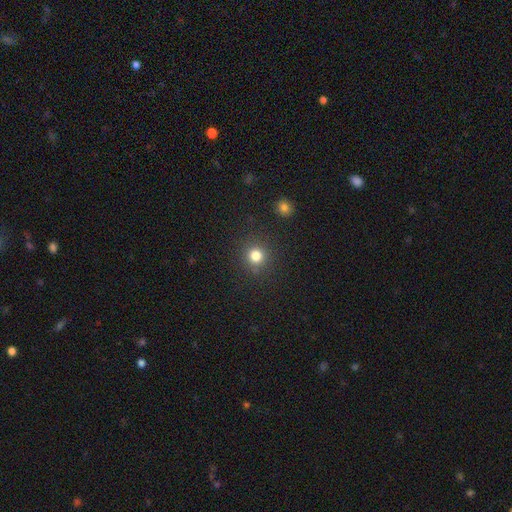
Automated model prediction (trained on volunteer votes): smooth-or-featured: smooth: 81% | star or artifact: 14% | featured or disk: 5%
  how-rounded: round: 92% | in between: 7% | cigar-shaped: 1%
  merging: none: 88% | minor disturbance: 7% | major disturbance: 3% | merger: 2%